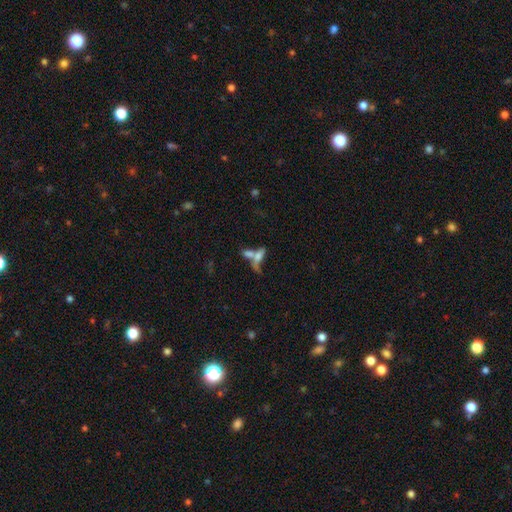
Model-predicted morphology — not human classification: smooth 54%, featured or disk 33%, star or artifact 13%. Down the decision tree: how rounded — in between (50%); merging — merger (58%).